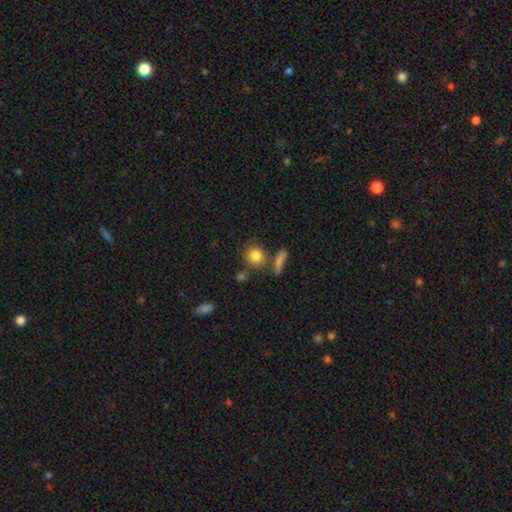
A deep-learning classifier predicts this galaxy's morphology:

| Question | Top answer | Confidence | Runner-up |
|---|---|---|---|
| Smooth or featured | smooth | 82% | star or artifact (9%) |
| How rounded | round | 79% | in between (18%) |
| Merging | none | 68% | merger (15%) |